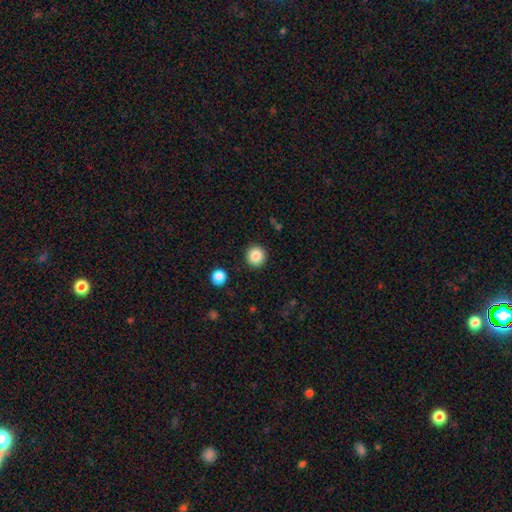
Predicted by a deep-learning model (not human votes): A smooth galaxy with no disk features (86%) that is round (94%). Merging: none (91%).